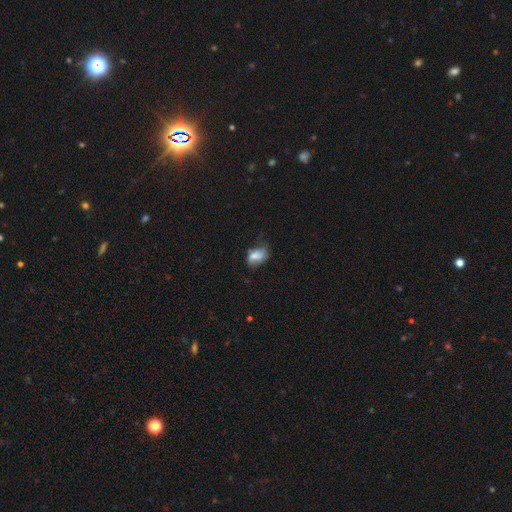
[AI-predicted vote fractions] This is likely a smooth galaxy (62%). How rounded: likely in between (78%). Merging: marginally none (39%).